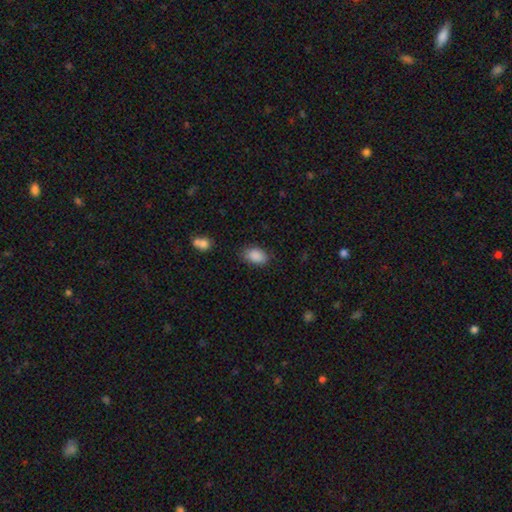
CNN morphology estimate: This appears to be a smooth galaxy with no disk features (88%) that is in between round and cigar-shaped (89%). Merging: none (77%).